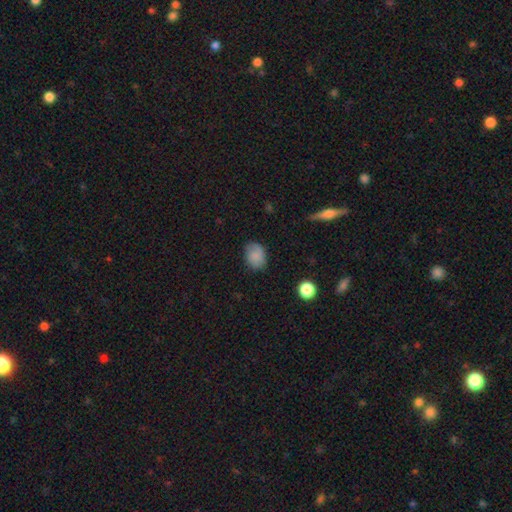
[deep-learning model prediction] smooth-or-featured: smooth: 81% | star or artifact: 9% | featured or disk: 9%
  how-rounded: in between: 66% | round: 33% | cigar-shaped: 1%
  merging: none: 75% | minor disturbance: 19% | major disturbance: 4% | merger: 1%